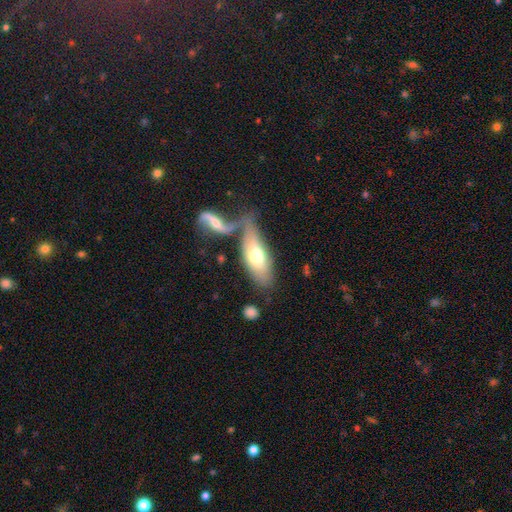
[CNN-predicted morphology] Smooth or featured? smooth (58%)
How rounded? in between (76%)
Merging? none (42%)